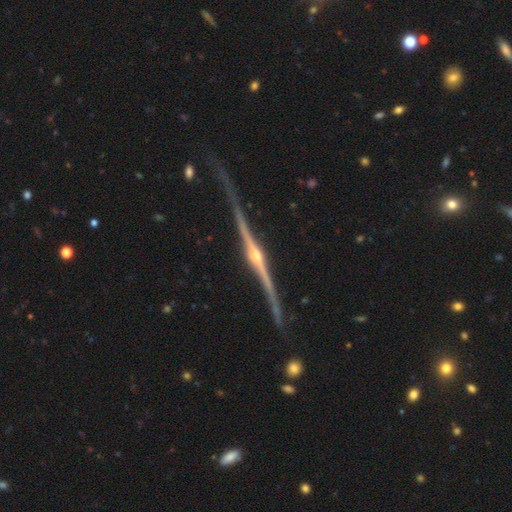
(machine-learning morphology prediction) featured or disk 92%, star or artifact 5%, smooth 3%. Down the decision tree: edge-on disk — yes (97%); edge-on bulge — rounded (91%); merging — none (70%).